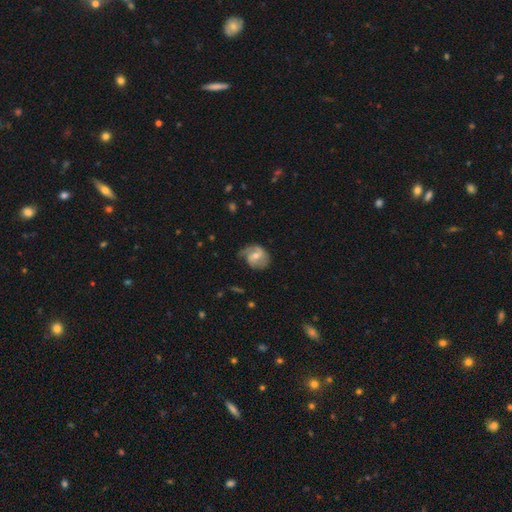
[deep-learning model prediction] This appears to be a featured or disk galaxy (71%) with no bar (44%, tied with weak), 2 (59%) medium (43%) spiral arms (90%) and a moderate central bulge (53%). Merging: none (54%).